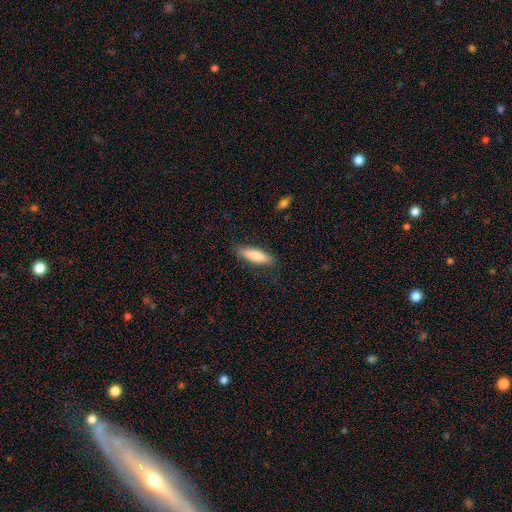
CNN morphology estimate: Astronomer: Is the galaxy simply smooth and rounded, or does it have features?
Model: smooth — 81%.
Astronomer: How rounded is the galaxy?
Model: cigar-shaped — 61% (runner-up: in between, 38%).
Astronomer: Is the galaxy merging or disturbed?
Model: none — 85%.